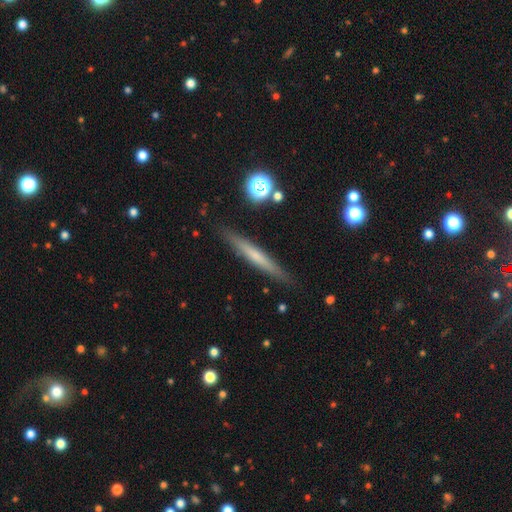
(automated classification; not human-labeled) This is possibly a smooth galaxy (50%). Merging: clearly none (88%).